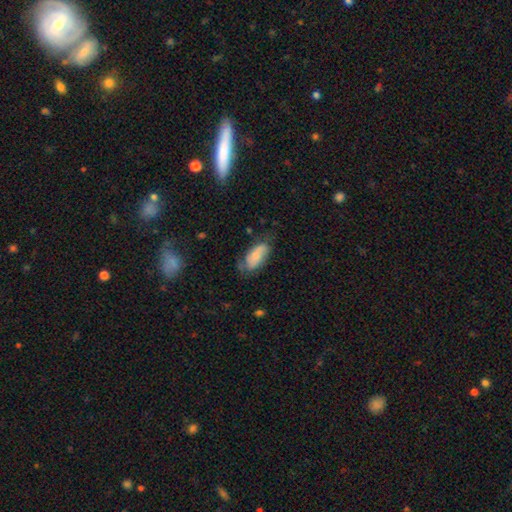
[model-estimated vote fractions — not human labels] This appears to be a smooth galaxy with no disk features (62%) that is in between round and cigar-shaped (88%). Merging: none (57%).